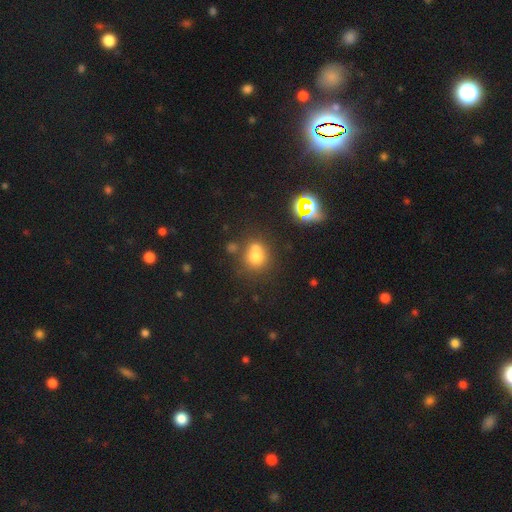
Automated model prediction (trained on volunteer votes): This appears to be a smooth galaxy with no disk features (66%) that is round (80%). Merging: none (44%).